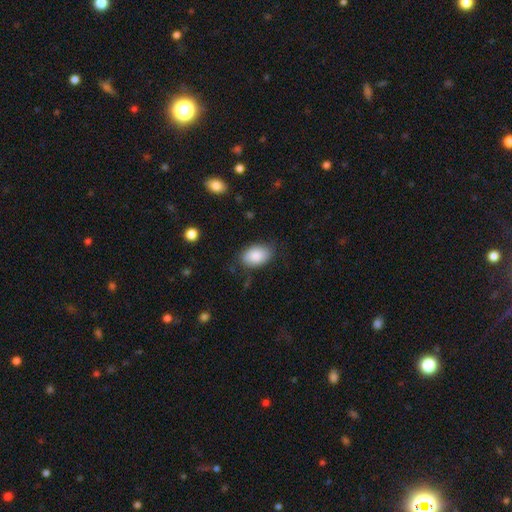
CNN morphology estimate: A smooth galaxy with no disk features (86%) that is in between round and cigar-shaped (89%). Merging: none (76%).